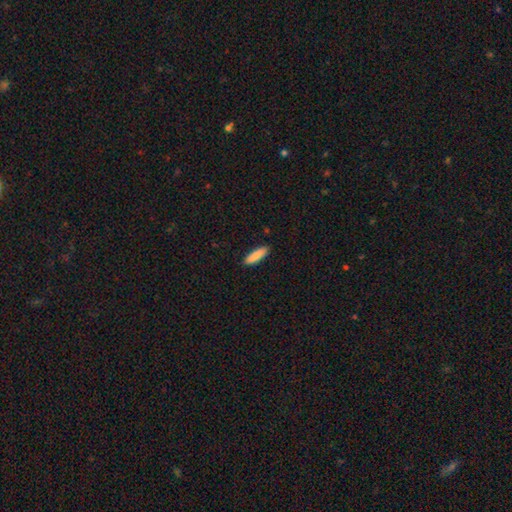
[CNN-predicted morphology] smooth-or-featured: smooth: 88% | featured or disk: 6% | star or artifact: 6%
  how-rounded: cigar-shaped: 61% | in between: 37% | round: 1%
  merging: none: 89% | minor disturbance: 8% | major disturbance: 2% | merger: 1%